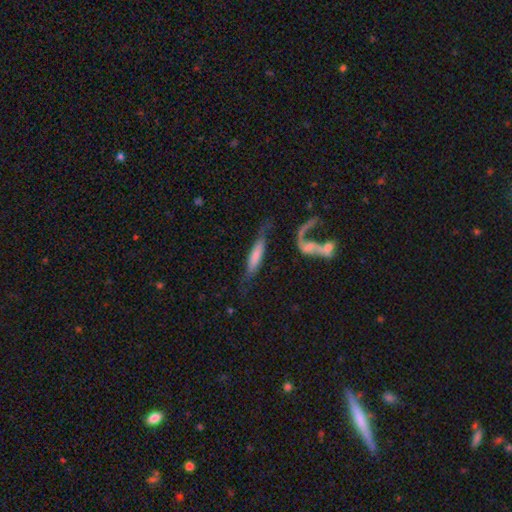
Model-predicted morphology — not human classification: smooth 55%, featured or disk 39%, star or artifact 6%. Down the decision tree: how rounded — cigar-shaped (75%); merging — none (46%).